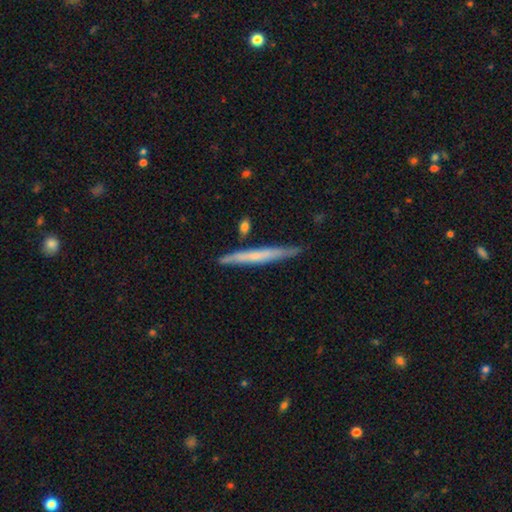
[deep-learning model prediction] Morphology: type=featured or disk (48%); merging=none (82%).